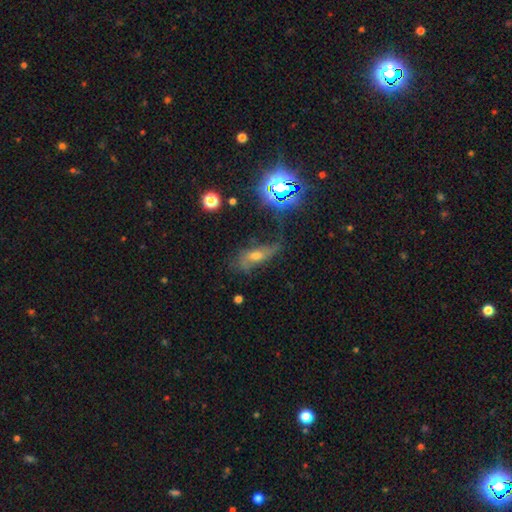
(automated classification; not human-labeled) This appears to be a featured or disk galaxy (46%). Merging: none (43%).